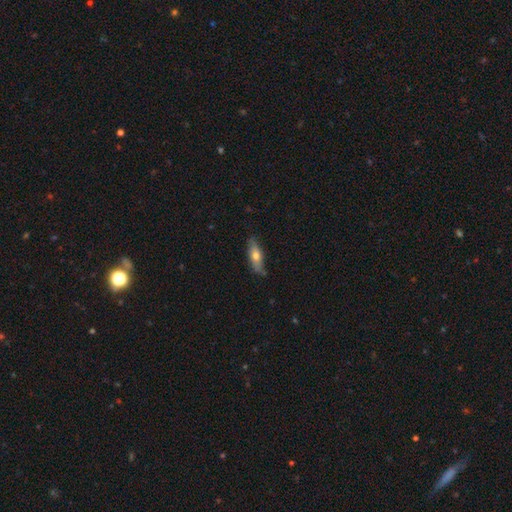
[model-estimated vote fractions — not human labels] smooth-or-featured: smooth: 59% | featured or disk: 35% | star or artifact: 6%
  how-rounded: in between: 52% | cigar-shaped: 45% | round: 3%
  merging: none: 81% | minor disturbance: 15% | major disturbance: 2% | merger: 2%